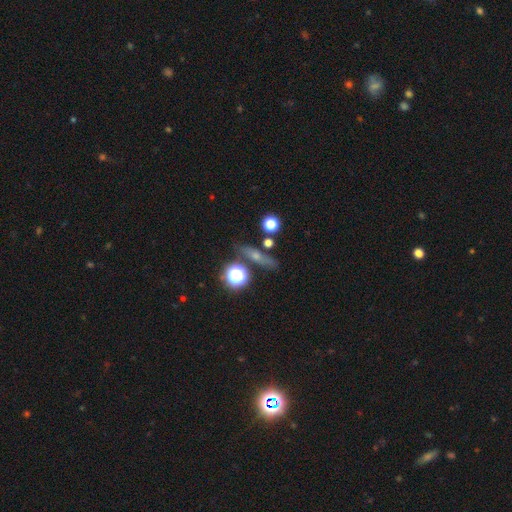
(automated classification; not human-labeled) This appears to be a star or artifact, not a galaxy (38%).